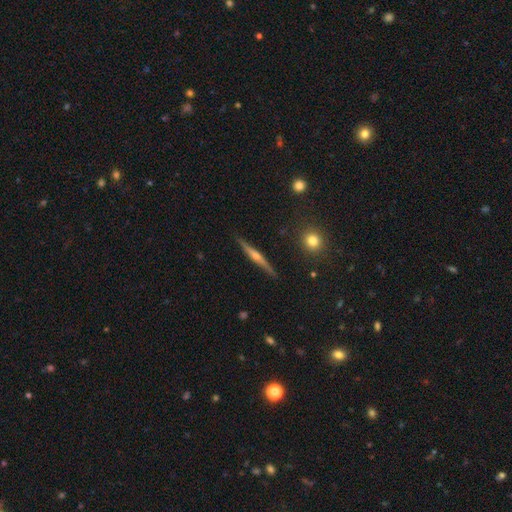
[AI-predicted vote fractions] A featured or disk galaxy (75%) viewed edge-on (98%) with a rounded central bulge (87%).

Vote fractions:
- Smooth or featured? featured or disk: 75% / smooth: 18% / star or artifact: 7%
- Edge-on disk? yes: 98% / no: 2%
- Edge-on bulge? rounded: 87% / none: 9% / boxy: 5%
- Merging? none: 89% / minor disturbance: 8% / major disturbance: 2% / merger: 1%